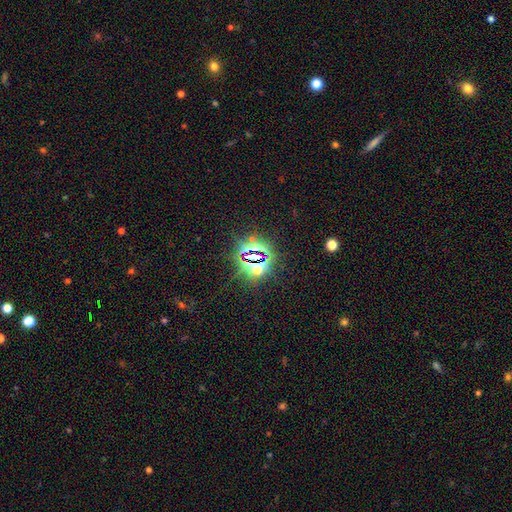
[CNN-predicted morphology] star or artifact 80%, smooth 12%, featured or disk 8%.